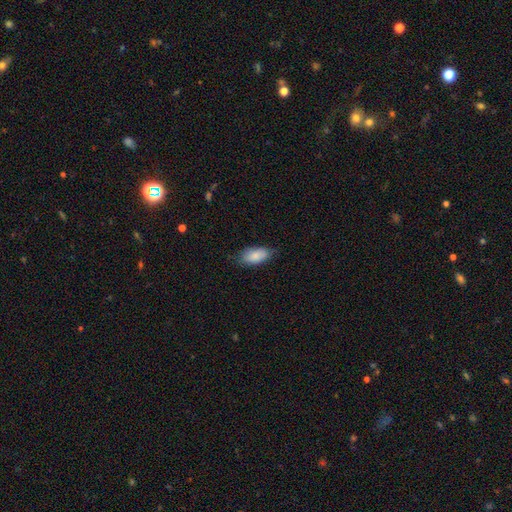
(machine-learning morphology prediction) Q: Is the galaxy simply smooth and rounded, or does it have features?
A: smooth — 84%.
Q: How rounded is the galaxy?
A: in between — 91%.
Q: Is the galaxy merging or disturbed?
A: none — 72%.